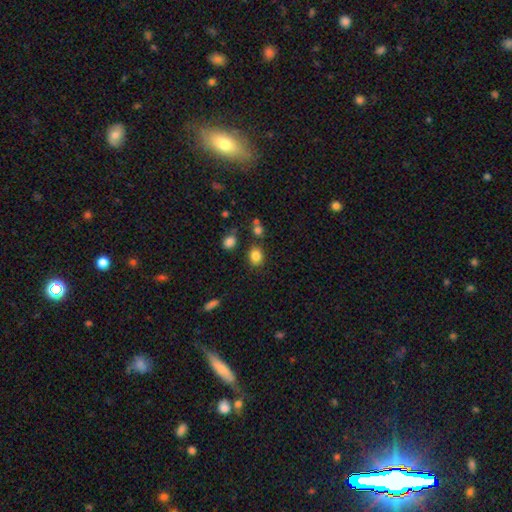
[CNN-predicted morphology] smooth_or_featured: smooth (p=0.84) [alt: star or artifact p=0.11]
how_rounded: round (p=0.55) [alt: in between p=0.44]
merging: none (p=0.79) [alt: minor disturbance p=0.11]